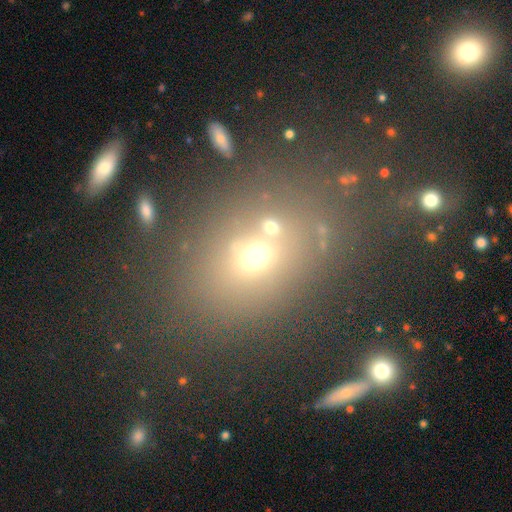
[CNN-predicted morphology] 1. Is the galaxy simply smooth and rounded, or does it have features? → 61% smooth, 23% star or artifact, 16% featured or disk.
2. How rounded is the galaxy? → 55% in between, 44% round, 2% cigar-shaped.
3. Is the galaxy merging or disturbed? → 68% none, 13% minor disturbance, 12% merger, 7% major disturbance.